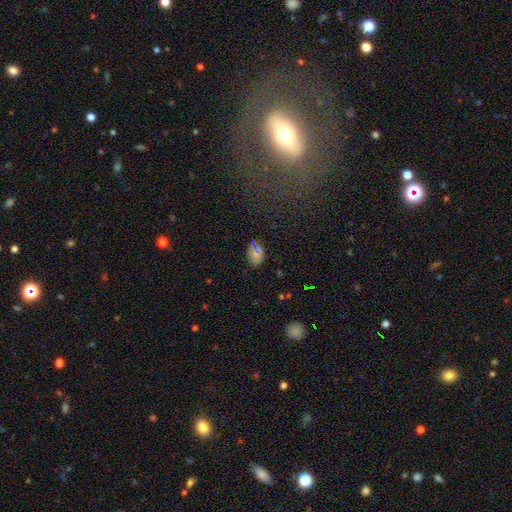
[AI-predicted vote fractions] smooth_or_featured: smooth (p=0.59) [alt: star or artifact p=0.23]
how_rounded: in between (p=0.69) [alt: round p=0.29]
merging: none (p=0.67) [alt: minor disturbance p=0.21]